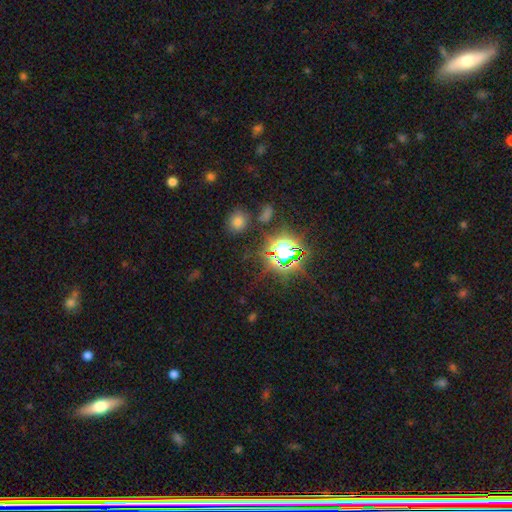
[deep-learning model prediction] Smooth or featured: star or artifact — 71% (smooth — 21%)